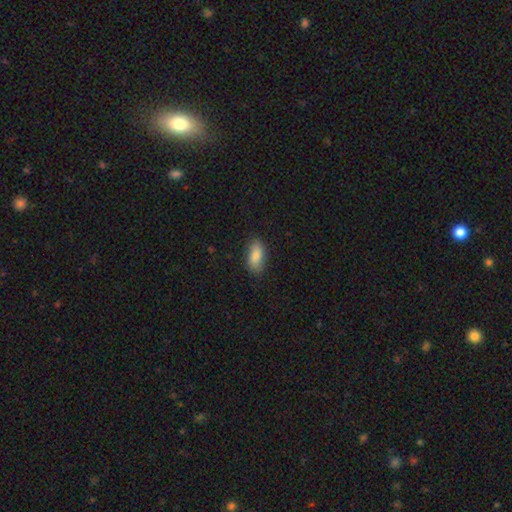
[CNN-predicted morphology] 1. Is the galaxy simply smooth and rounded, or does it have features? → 83% smooth, 10% featured or disk, 7% star or artifact.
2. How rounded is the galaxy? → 89% in between, 8% cigar-shaped, 3% round.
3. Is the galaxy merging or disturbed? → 83% none, 13% minor disturbance, 3% major disturbance, 1% merger.